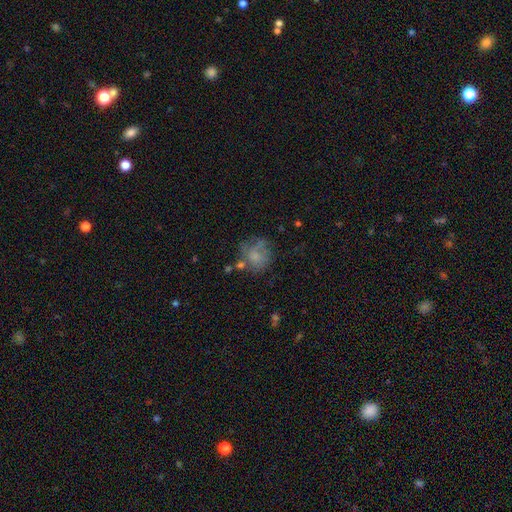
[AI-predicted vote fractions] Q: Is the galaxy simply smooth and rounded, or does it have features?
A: smooth — 57%.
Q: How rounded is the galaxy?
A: round — 75%.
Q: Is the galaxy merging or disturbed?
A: none — 47%.